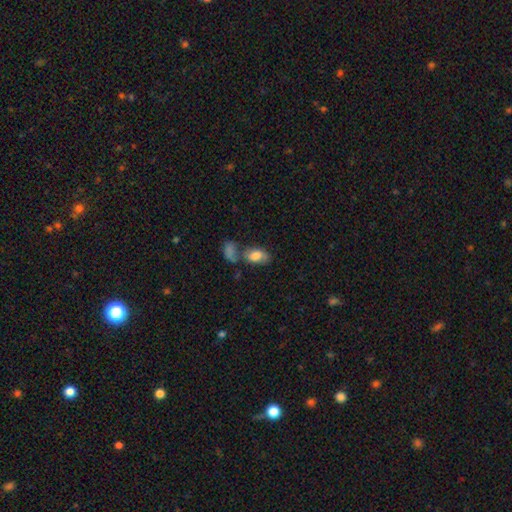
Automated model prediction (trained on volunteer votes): This is likely a smooth galaxy (74%). How rounded: clearly in between (91%). Merging: marginally none (40%).